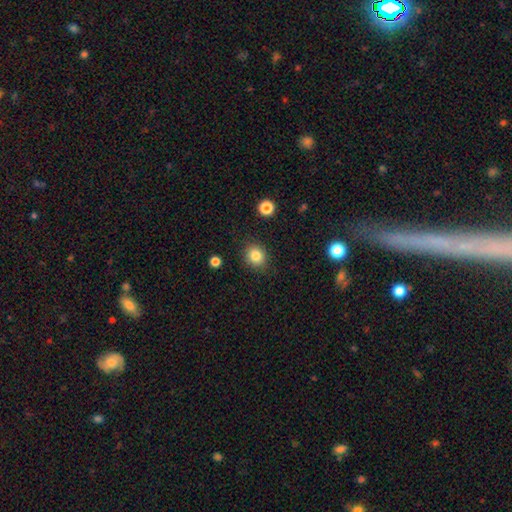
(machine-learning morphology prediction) Smooth or featured? smooth (83%)
How rounded? round (78%)
Merging? none (87%)